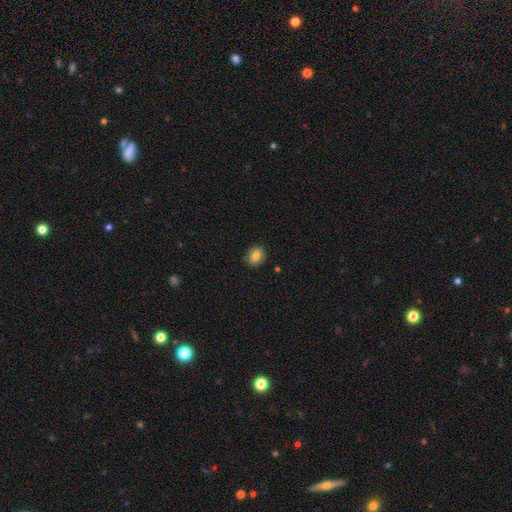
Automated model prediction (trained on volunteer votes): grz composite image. It shows a smooth galaxy with no disk features (81%) that is round (62%). Merging: none (88%).